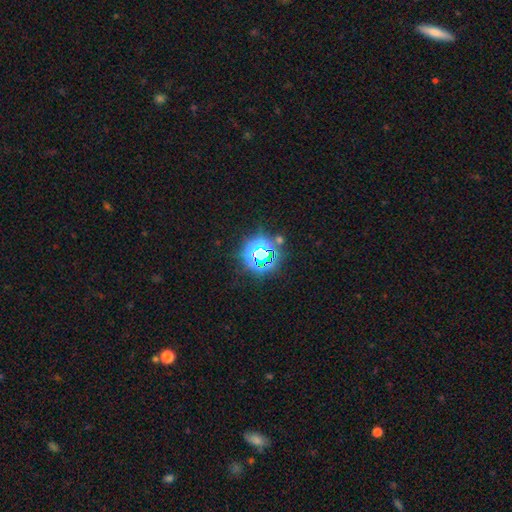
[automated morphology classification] star or artifact 75%, smooth 17%, featured or disk 7%.